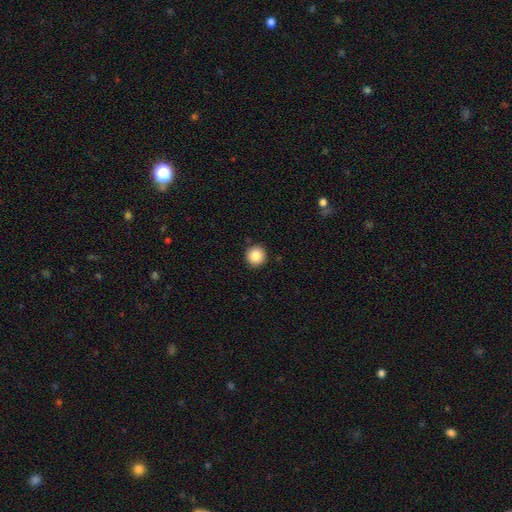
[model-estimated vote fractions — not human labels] This is clearly a smooth galaxy (85%). How rounded: clearly round (95%). Merging: clearly none (92%).